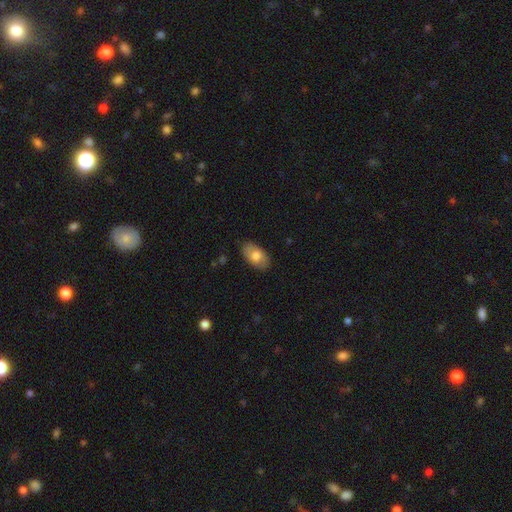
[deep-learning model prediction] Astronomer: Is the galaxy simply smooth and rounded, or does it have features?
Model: smooth — 77%.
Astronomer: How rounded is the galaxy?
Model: in between — 94%.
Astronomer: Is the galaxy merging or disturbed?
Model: none — 85%.